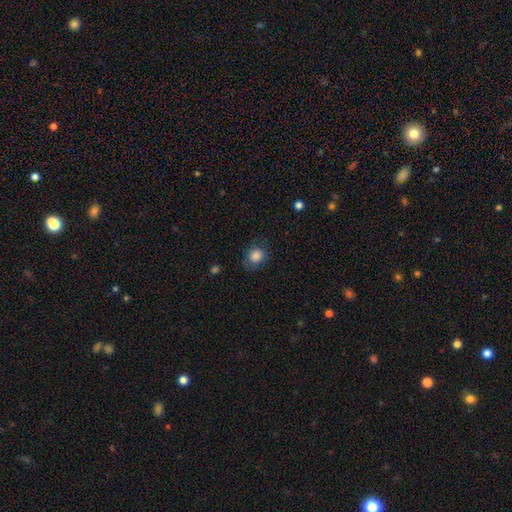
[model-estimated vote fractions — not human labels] Smooth or featured?
  - smooth: 85% *
  - star or artifact: 9%
  - featured or disk: 6%
How rounded?
  - round: 74% *
  - in between: 25%
  - cigar-shaped: 1%
Merging?
  - none: 74% *
  - minor disturbance: 18%
  - major disturbance: 7%
  - merger: 1%